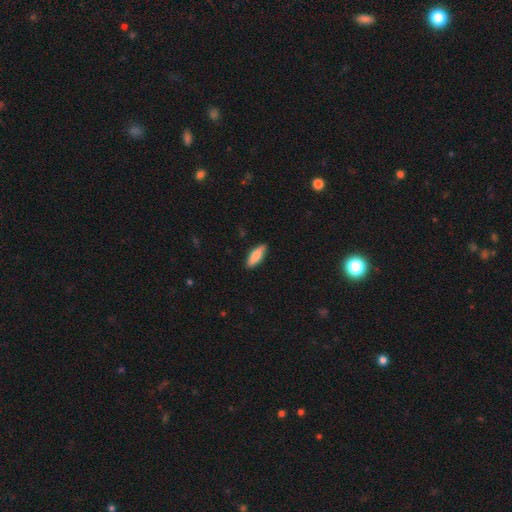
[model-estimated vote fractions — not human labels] Morphology: type=smooth (81%); roundness=in between (60%); merging=none (88%).